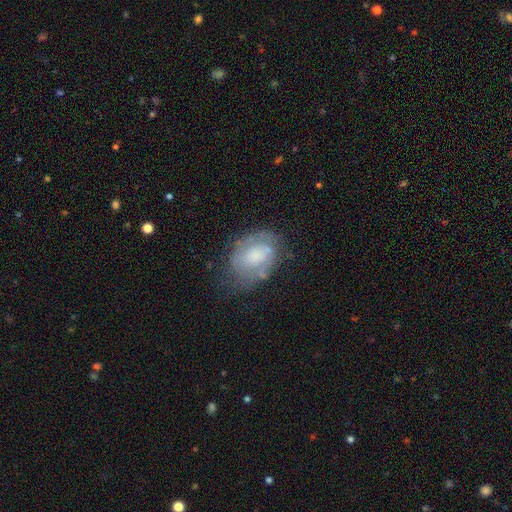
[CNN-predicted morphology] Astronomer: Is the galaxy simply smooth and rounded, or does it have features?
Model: featured or disk — 54% (runner-up: smooth, 37%).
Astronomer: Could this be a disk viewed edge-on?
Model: no — 97%.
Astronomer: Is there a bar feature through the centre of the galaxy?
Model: no — 73%.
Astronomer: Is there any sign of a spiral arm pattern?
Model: yes — 63%.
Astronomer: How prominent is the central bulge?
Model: moderate — 30% (runner-up: small, 28%).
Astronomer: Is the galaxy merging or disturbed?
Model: none — 53%.